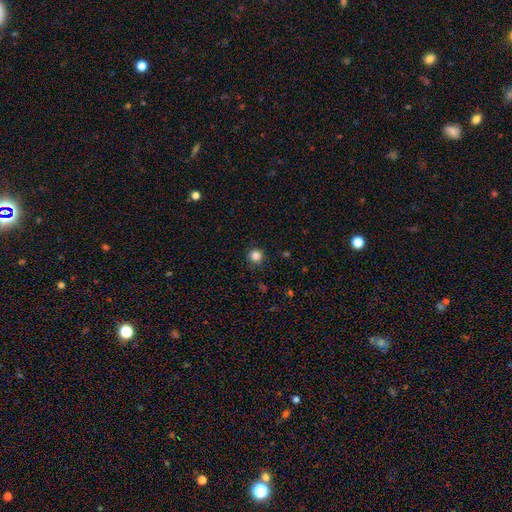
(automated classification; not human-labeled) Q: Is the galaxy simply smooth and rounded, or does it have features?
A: smooth — 85%.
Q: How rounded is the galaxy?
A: round — 95%.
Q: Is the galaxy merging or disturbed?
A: none — 89%.